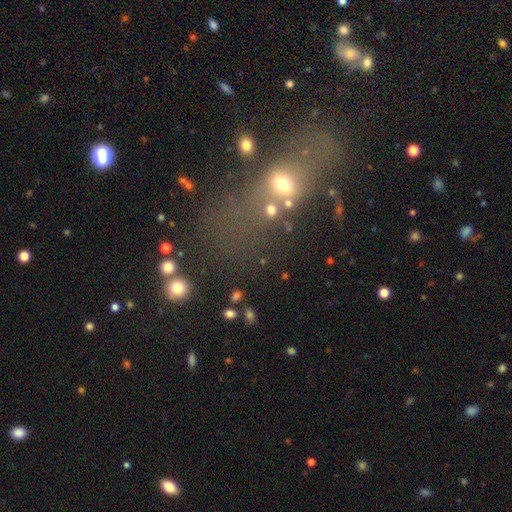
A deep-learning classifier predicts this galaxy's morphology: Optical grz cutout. It shows a star or artifact, not a galaxy (41%).